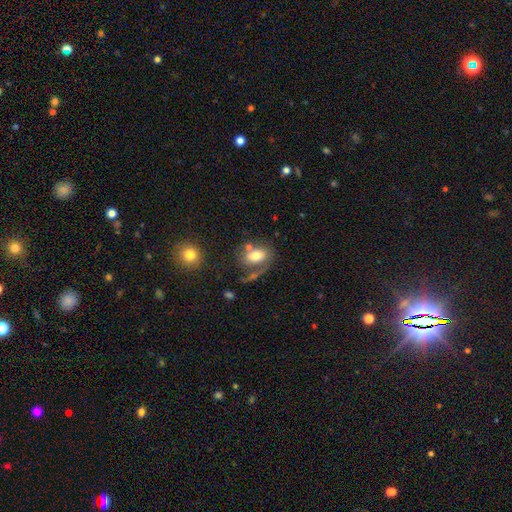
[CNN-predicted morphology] A smooth galaxy with no disk features (68%) that is in between round and cigar-shaped (81%).

Vote fractions:
- Smooth or featured? smooth: 68% / featured or disk: 23% / star or artifact: 9%
- How rounded? in between: 81% / round: 16% / cigar-shaped: 2%
- Merging? none: 46% / merger: 22% / minor disturbance: 17% / major disturbance: 15%